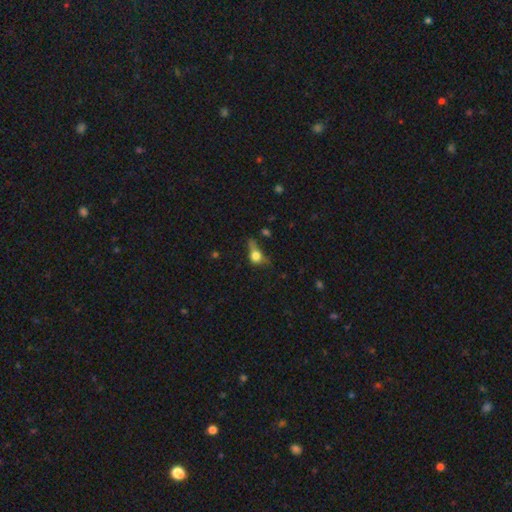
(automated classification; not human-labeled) Smooth or featured?
  - smooth: 64% *
  - featured or disk: 22%
  - star or artifact: 14%
How rounded?
  - round: 47% *
  - in between: 44%
  - cigar-shaped: 9%
Merging?
  - major disturbance: 35% *
  - none: 30%
  - minor disturbance: 25%
  - merger: 10%